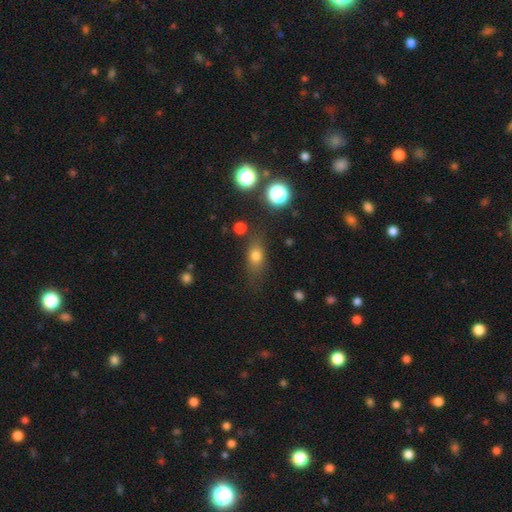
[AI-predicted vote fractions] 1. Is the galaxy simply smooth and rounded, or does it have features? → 72% smooth, 15% star or artifact, 13% featured or disk.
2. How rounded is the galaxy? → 64% in between, 26% round, 9% cigar-shaped.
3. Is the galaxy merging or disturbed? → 72% none, 17% minor disturbance, 7% major disturbance, 5% merger.